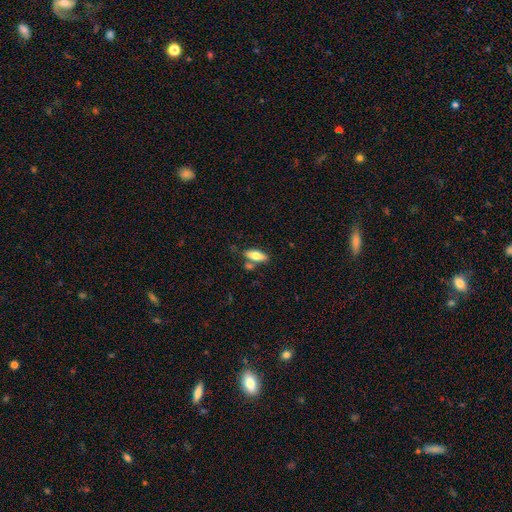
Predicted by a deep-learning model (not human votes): Smooth or featured?
  - smooth: 70% *
  - featured or disk: 23%
  - star or artifact: 7%
How rounded?
  - in between: 69% *
  - cigar-shaped: 28%
  - round: 3%
Merging?
  - none: 67% *
  - minor disturbance: 15%
  - merger: 14%
  - major disturbance: 4%